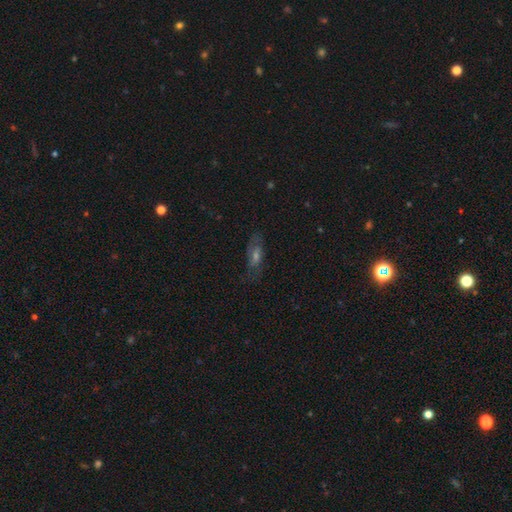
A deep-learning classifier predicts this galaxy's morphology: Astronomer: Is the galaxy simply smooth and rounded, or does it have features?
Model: featured or disk — 53% (runner-up: smooth, 30%).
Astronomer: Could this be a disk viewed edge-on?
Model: no — 78%.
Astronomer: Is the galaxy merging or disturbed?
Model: none — 71%.